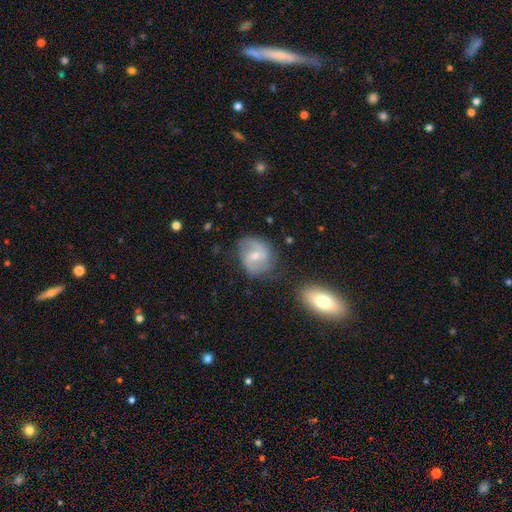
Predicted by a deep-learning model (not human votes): Smooth or featured?
  - featured or disk: 69% *
  - smooth: 25%
  - star or artifact: 7%
Edge-on disk?
  - no: 97% *
  - yes: 3%
Bar?
  - weak: 52% *
  - no: 35%
  - strong: 13%
Spiral arms?
  - yes: 90% *
  - no: 10%
Spiral winding?
  - medium: 50% *
  - loose: 28%
  - tight: 22%
Spiral arm count?
  - 2: 83% *
  - can't tell: 9%
  - 1: 5%
  - 3: 2%
  - 4: 1%
  - more than 4: 1%
Bulge size?
  - moderate: 55% *
  - small: 38%
  - none: 3%
  - large: 3%
  - dominant: 1%
Merging?
  - none: 68% *
  - minor disturbance: 21%
  - major disturbance: 8%
  - merger: 3%